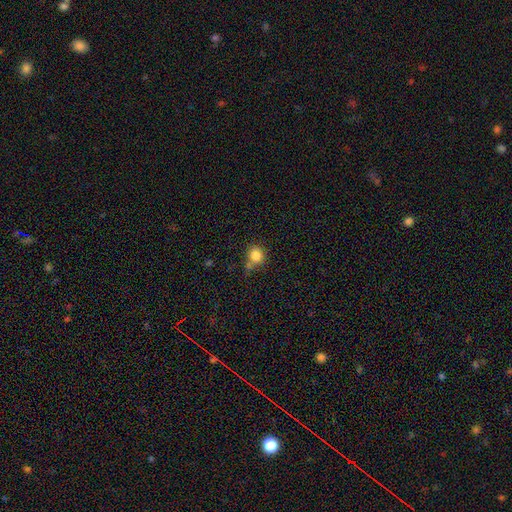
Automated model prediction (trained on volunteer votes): Smooth or featured? Predicted: smooth (p=0.83). How rounded? Predicted: round (p=0.82). Merging? Predicted: none (p=0.64).